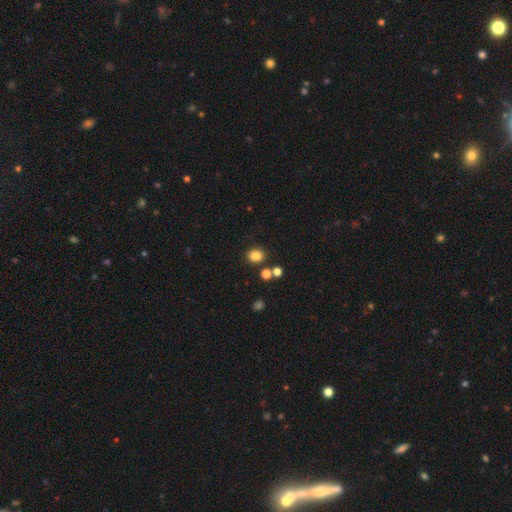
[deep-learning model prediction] A smooth galaxy with no disk features (83%) that is round (59%). Merging: none (81%).